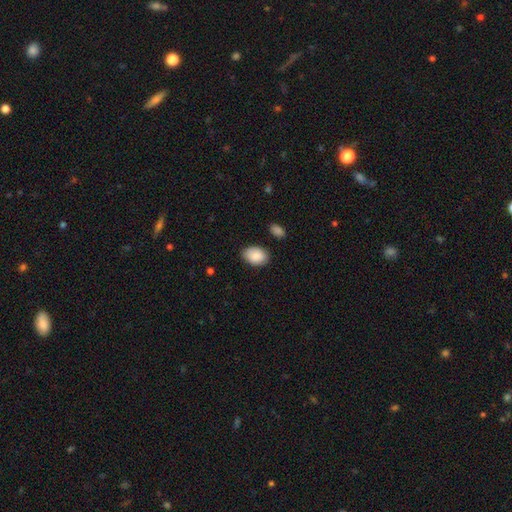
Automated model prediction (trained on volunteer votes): Q: Smooth or featured?
A: smooth (87%); runner-up: featured or disk (7%)
Q: How rounded?
A: in between (85%); runner-up: round (14%)
Q: Merging?
A: none (81%); runner-up: minor disturbance (14%)